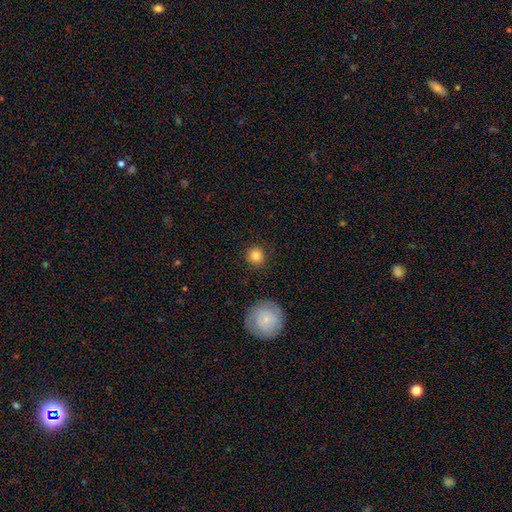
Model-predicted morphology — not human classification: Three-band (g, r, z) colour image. It shows a smooth galaxy with no disk features (84%) that is round (93%). Merging: none (88%).